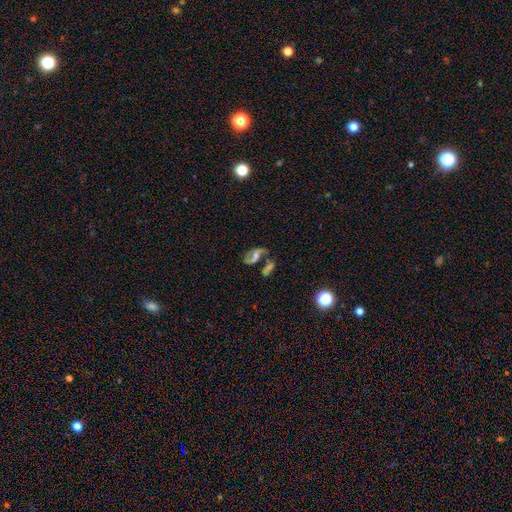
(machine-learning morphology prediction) A featured or disk galaxy (70%) with a weak bar (38%, tied with no), 2 (86%) loose (65%) spiral arms (86%) and a moderate central bulge (53%). Merging: none (42%).